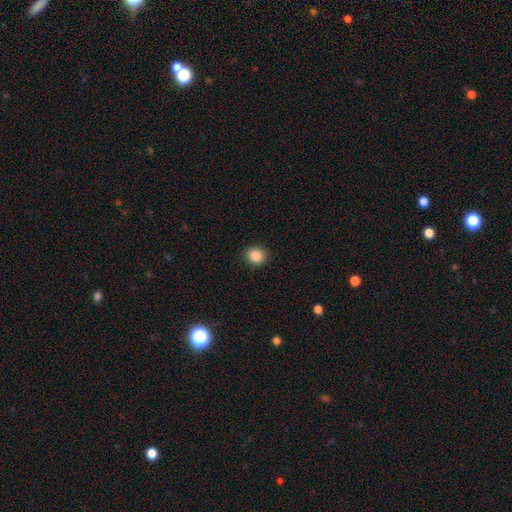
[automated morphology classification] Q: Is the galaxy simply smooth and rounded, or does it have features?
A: smooth — 86%.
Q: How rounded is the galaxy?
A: round — 77%.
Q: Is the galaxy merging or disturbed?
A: none — 90%.